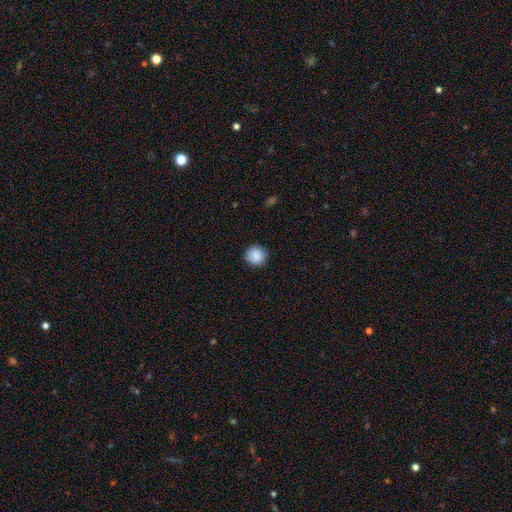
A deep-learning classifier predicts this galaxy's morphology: This appears to be a smooth galaxy with no disk features (88%) that is round (92%). Merging: none (89%).